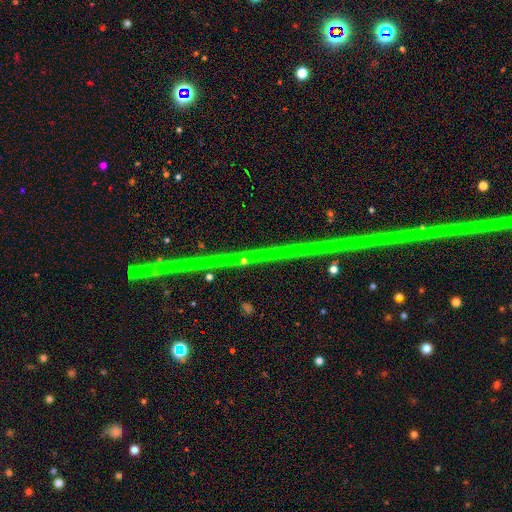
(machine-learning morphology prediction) This is likely a star or artifact rather than a galaxy (78%).